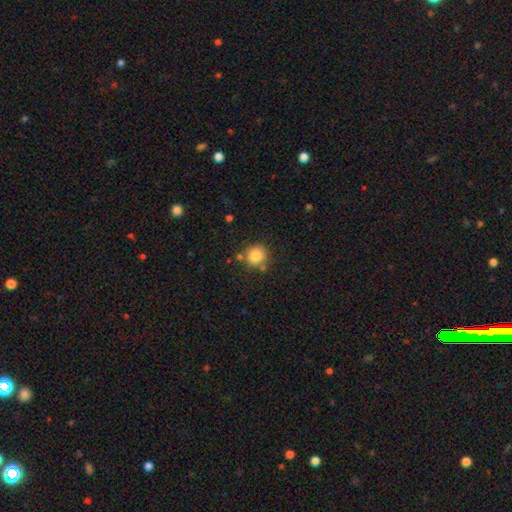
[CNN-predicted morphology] Smooth or featured: smooth — 83% (star or artifact — 10%)
How rounded: round — 90% (in between — 9%)
Merging: none — 77% (minor disturbance — 11%)